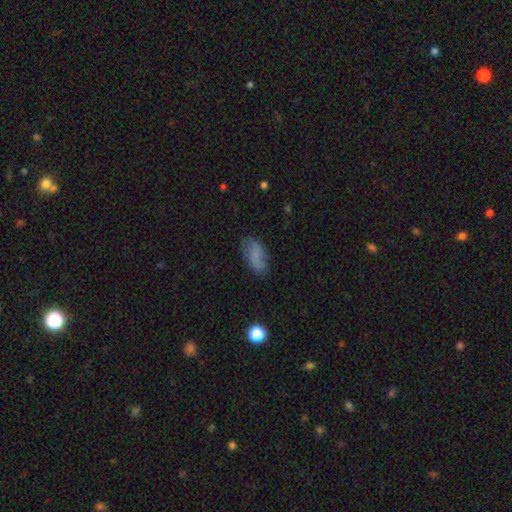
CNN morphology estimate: smooth-or-featured: smooth: 69% | featured or disk: 22% | star or artifact: 9%
  how-rounded: in between: 89% | cigar-shaped: 7% | round: 4%
  merging: none: 75% | minor disturbance: 18% | major disturbance: 5% | merger: 2%